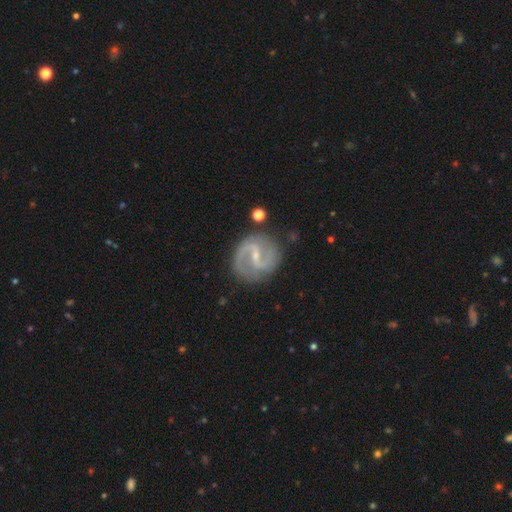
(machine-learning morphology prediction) Smooth or featured? Predicted: featured or disk (p=0.89). Edge-on disk? Predicted: no (p=0.98). Bar? Predicted: weak (p=0.47). Spiral arms? Predicted: yes (p=0.96). Spiral winding? Predicted: medium (p=0.57). Spiral arm count? Predicted: 2 (p=0.92). Bulge size? Predicted: small (p=0.76). Merging? Predicted: none (p=0.80).